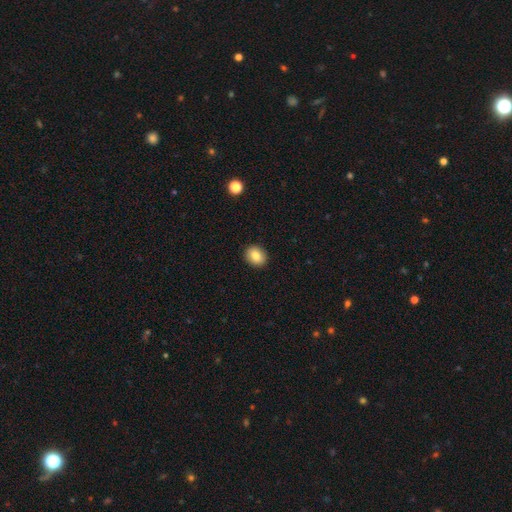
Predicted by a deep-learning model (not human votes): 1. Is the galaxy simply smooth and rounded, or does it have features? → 83% smooth, 9% star or artifact, 8% featured or disk.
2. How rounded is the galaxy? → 63% round, 36% in between, 1% cigar-shaped.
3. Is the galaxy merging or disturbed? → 91% none, 6% minor disturbance, 2% major disturbance, 1% merger.